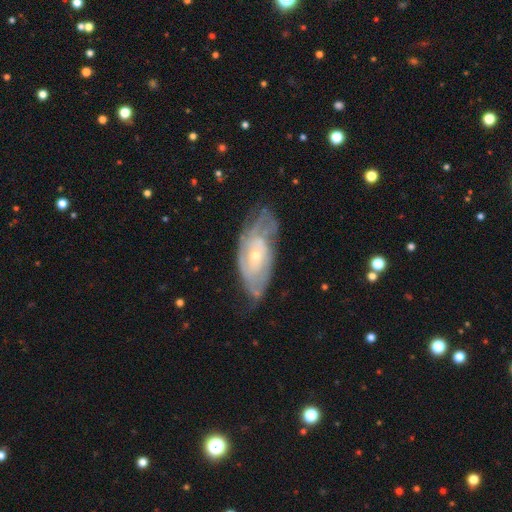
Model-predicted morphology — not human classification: featured or disk 79%, smooth 16%, star or artifact 6%. Down the decision tree: edge-on disk — no (91%); bar — no (74%); spiral arms — yes (85%); spiral arm count — can't tell (54%); spiral winding — tight (65%); bulge size — small (66%); merging — none (59%).